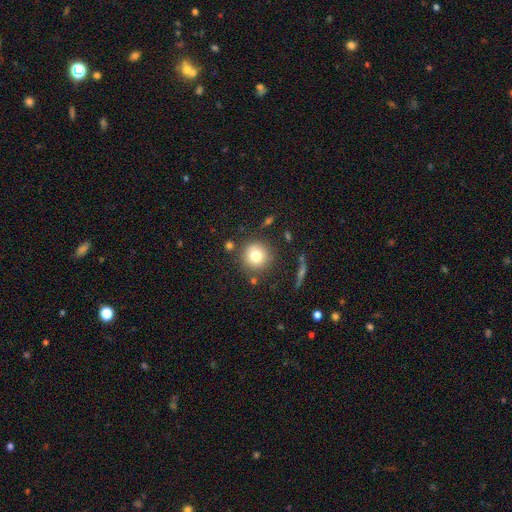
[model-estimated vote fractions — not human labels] Smooth or featured? Predicted: smooth (p=0.77). How rounded? Predicted: round (p=0.94). Merging? Predicted: none (p=0.83).